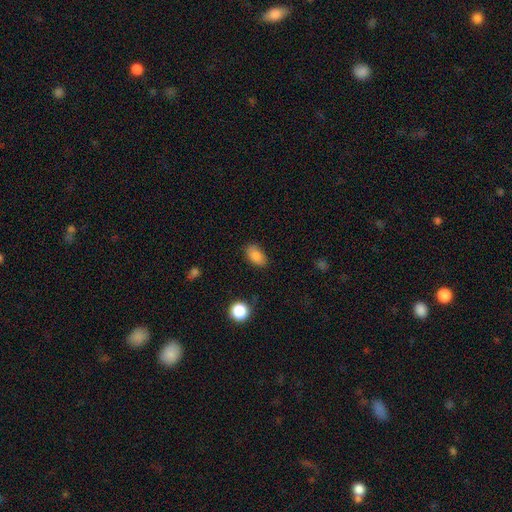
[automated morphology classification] Q: Smooth or featured?
A: smooth (85%); runner-up: star or artifact (9%)
Q: How rounded?
A: in between (91%); runner-up: round (7%)
Q: Merging?
A: none (84%); runner-up: minor disturbance (12%)